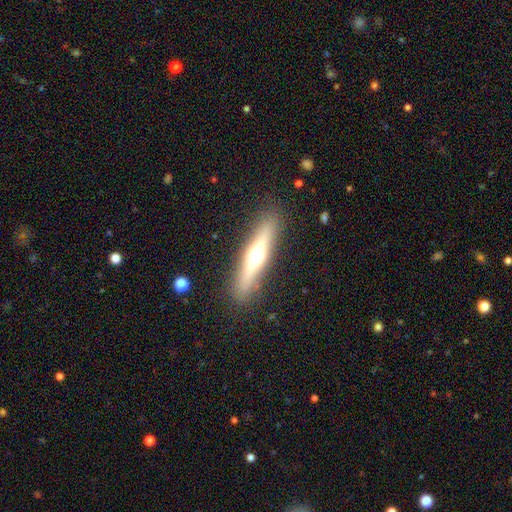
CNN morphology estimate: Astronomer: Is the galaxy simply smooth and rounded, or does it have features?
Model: featured or disk — 55% (runner-up: smooth, 35%).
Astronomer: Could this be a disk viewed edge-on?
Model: yes — 89%.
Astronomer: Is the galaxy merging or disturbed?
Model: none — 87%.